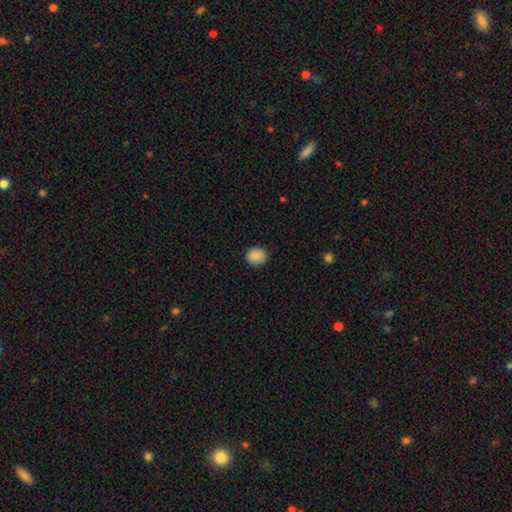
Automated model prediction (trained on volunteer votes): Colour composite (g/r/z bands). It shows a smooth galaxy with no disk features (89%) that is round (71%). Merging: none (87%).